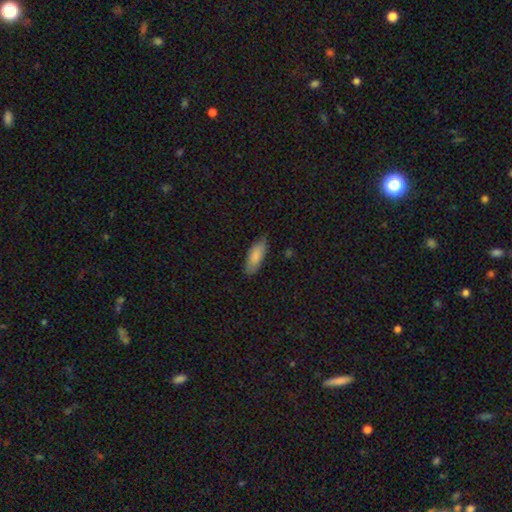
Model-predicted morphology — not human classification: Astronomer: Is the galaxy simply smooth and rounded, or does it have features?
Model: smooth — 85%.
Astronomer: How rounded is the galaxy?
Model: in between — 74%.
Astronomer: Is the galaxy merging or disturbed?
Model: none — 76%.